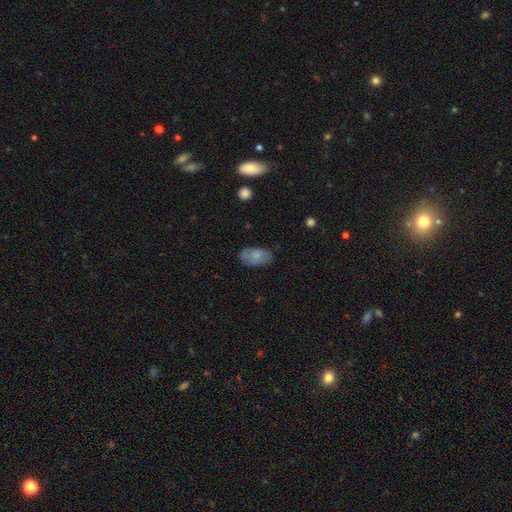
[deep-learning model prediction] Q: Smooth or featured?
A: smooth (76%); runner-up: featured or disk (17%)
Q: How rounded?
A: in between (94%); runner-up: round (4%)
Q: Merging?
A: none (75%); runner-up: minor disturbance (19%)